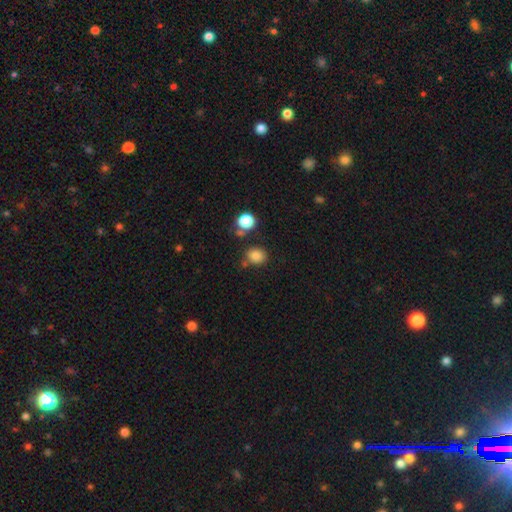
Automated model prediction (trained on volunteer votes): Overall: smooth (83%). How rounded: round (68%; in between 31%). Merging: none (74%).